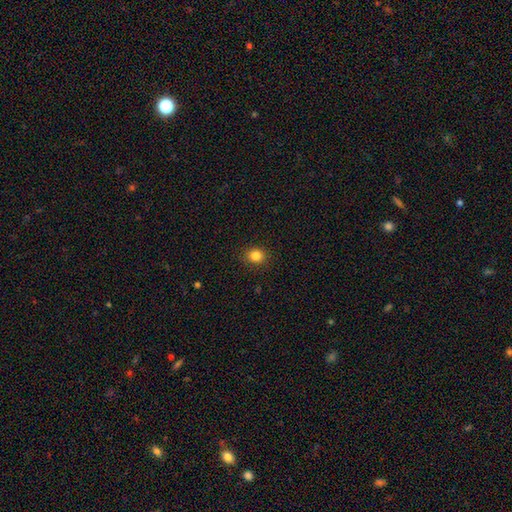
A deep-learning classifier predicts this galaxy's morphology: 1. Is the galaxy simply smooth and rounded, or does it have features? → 84% smooth, 11% star or artifact, 4% featured or disk.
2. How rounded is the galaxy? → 74% round, 25% in between, 1% cigar-shaped.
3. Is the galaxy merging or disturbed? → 89% none, 8% minor disturbance, 2% major disturbance, 1% merger.